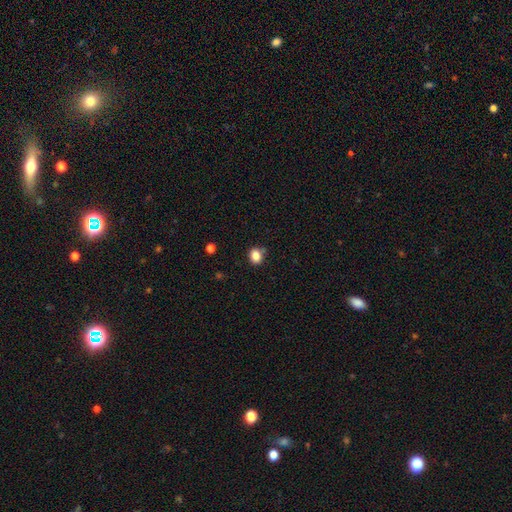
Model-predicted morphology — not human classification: Smooth or featured?
  - smooth: 84% *
  - star or artifact: 11%
  - featured or disk: 5%
How rounded?
  - round: 54% *
  - in between: 45%
  - cigar-shaped: 1%
Merging?
  - none: 76% *
  - minor disturbance: 15%
  - merger: 5%
  - major disturbance: 3%